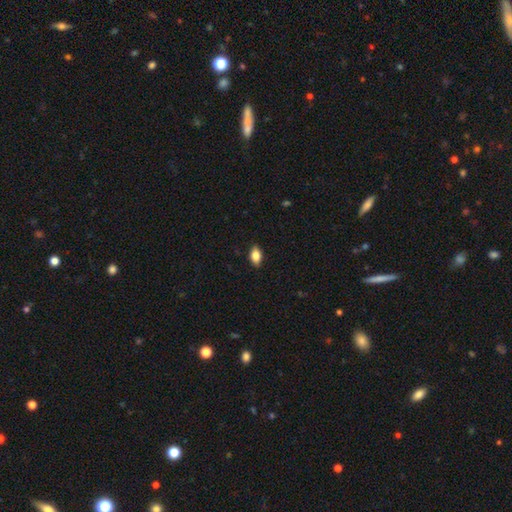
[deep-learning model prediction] smooth-or-featured: smooth: 81% | featured or disk: 11% | star or artifact: 8%
  how-rounded: in between: 89% | round: 7% | cigar-shaped: 5%
  merging: none: 87% | minor disturbance: 10% | major disturbance: 2% | merger: 1%